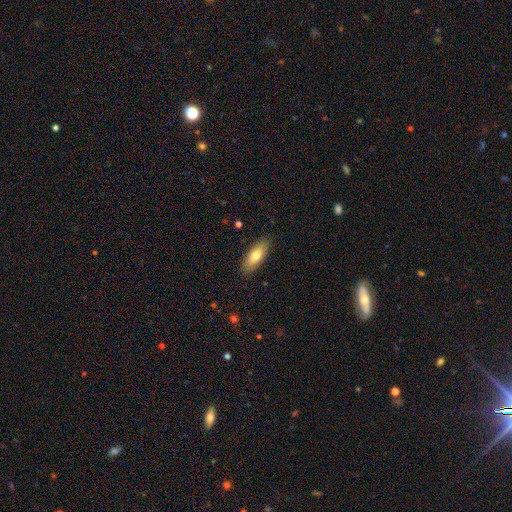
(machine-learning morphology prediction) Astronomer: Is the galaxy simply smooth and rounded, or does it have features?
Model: smooth — 73%.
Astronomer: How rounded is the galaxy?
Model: in between — 74%.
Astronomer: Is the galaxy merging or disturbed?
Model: none — 86%.